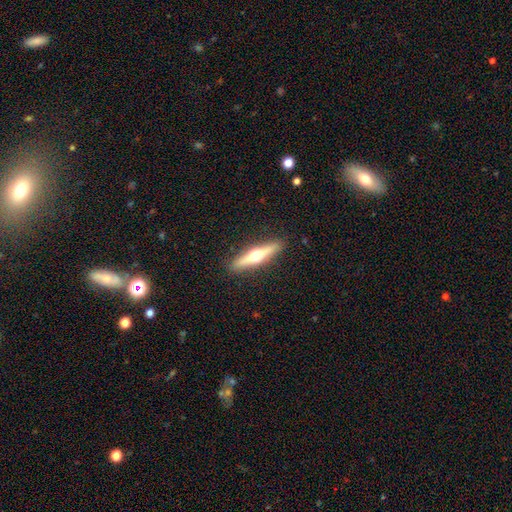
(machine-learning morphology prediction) Smooth or featured? Predicted: featured or disk (p=0.67). Edge-on disk? Predicted: yes (p=0.97). Edge-on bulge? Predicted: rounded (p=0.96). Merging? Predicted: none (p=0.91).